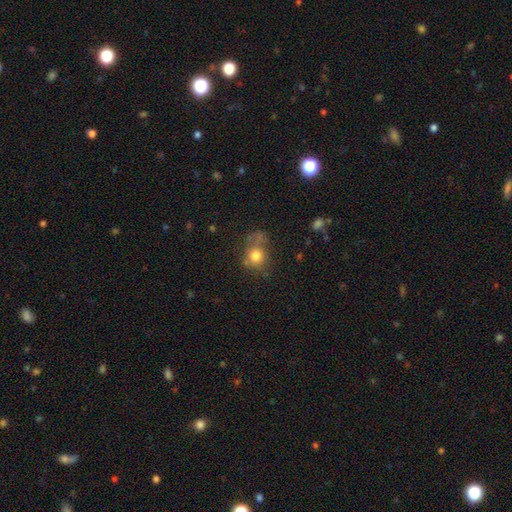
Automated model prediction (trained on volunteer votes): Q: Smooth or featured?
A: smooth (73%); runner-up: featured or disk (16%)
Q: How rounded?
A: round (65%); runner-up: in between (34%)
Q: Merging?
A: none (41%); runner-up: minor disturbance (24%)